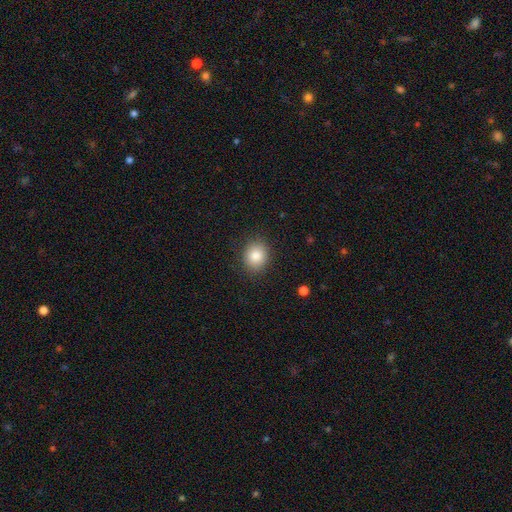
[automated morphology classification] This appears to be a smooth galaxy with no disk features (84%) that is round (64%). Merging: none (87%).